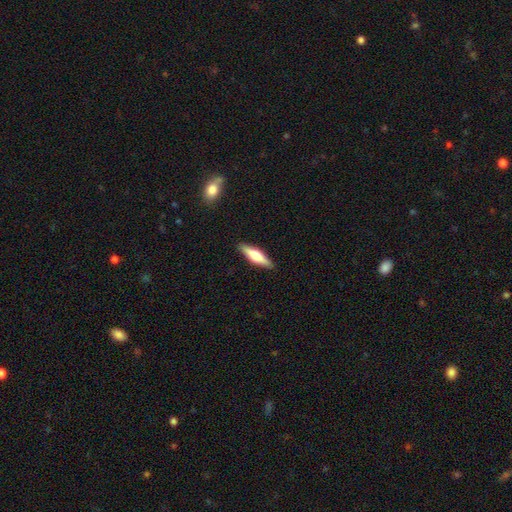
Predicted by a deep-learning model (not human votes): A featured or disk galaxy (51%) viewed edge-on (96%). Merging: none (90%).